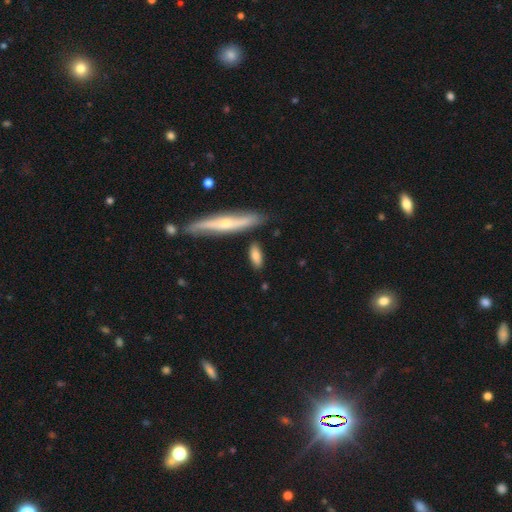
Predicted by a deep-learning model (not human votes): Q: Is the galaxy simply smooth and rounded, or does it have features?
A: smooth — 76%.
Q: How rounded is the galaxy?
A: in between — 62%.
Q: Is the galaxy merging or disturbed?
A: none — 78%.